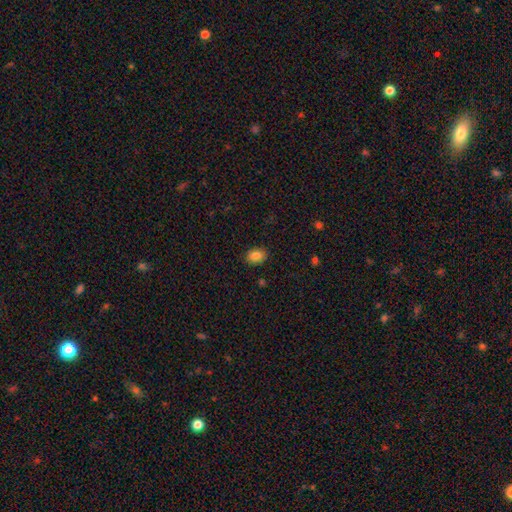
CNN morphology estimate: The model was most divided on "how rounded": in between: 65%, round: 34%, cigar-shaped: 1%. More confident: merging — none (88%); smooth or featured — smooth (84%).